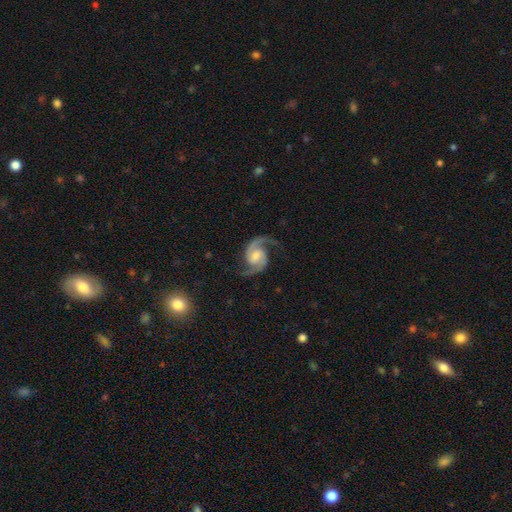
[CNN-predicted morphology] featured or disk 92%, star or artifact 4%, smooth 4%. Down the decision tree: edge-on disk — no (98%); bar — no (48%); spiral arms — yes (98%); spiral arm count — 2 (94%); spiral winding — medium (53%); bulge size — moderate (47%); merging — none (80%).